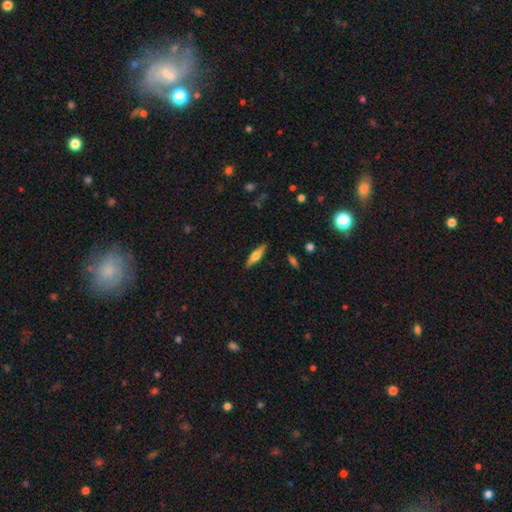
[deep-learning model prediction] Q: Smooth or featured?
A: featured or disk (53%); runner-up: smooth (41%)
Q: Edge-on disk?
A: yes (95%); runner-up: no (5%)
Q: Edge-on bulge?
A: rounded (88%); runner-up: boxy (9%)
Q: Merging?
A: none (89%); runner-up: minor disturbance (8%)